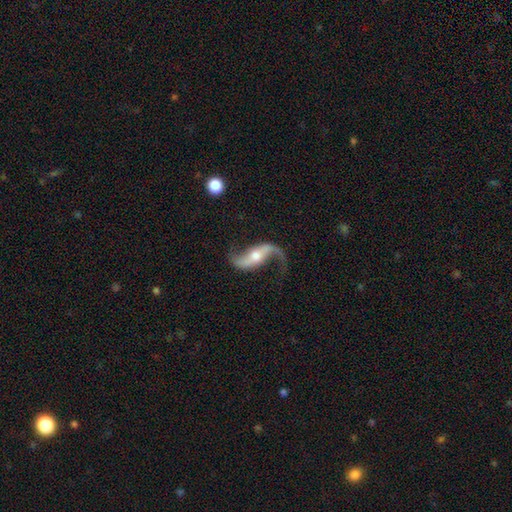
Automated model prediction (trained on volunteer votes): A featured or disk galaxy (90%) with a strong bar (36%), 2 (92%) loose (89%) spiral arms (96%) and a moderate central bulge (62%). Merging: none (74%).